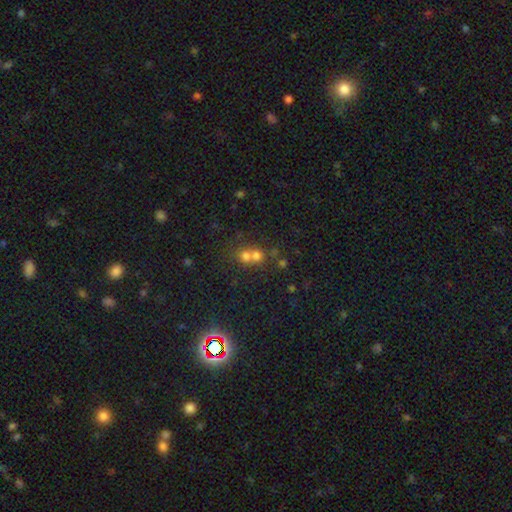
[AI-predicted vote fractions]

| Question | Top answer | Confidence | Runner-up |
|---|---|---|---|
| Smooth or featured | smooth | 67% | star or artifact (18%) |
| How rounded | round | 82% | in between (17%) |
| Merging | merger | 61% | none (32%) |